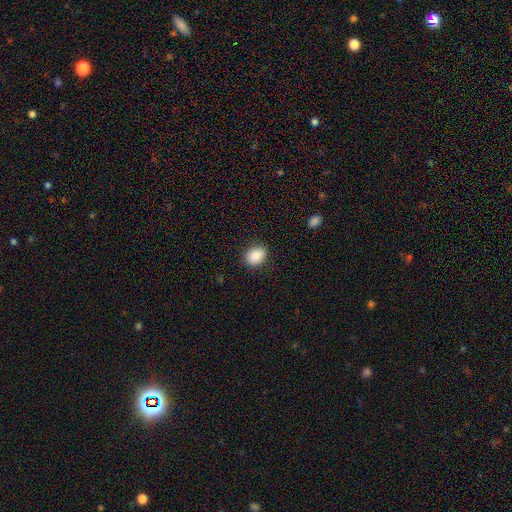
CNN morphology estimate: smooth-or-featured: smooth: 84% | star or artifact: 8% | featured or disk: 7%
  how-rounded: in between: 57% | round: 42% | cigar-shaped: 1%
  merging: none: 87% | minor disturbance: 10% | major disturbance: 2% | merger: 1%